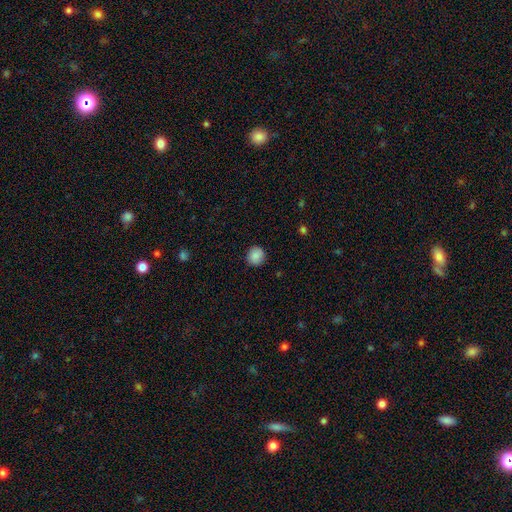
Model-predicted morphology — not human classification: smooth 88%, star or artifact 9%, featured or disk 4%. Down the decision tree: how rounded — round (91%); merging — none (90%).